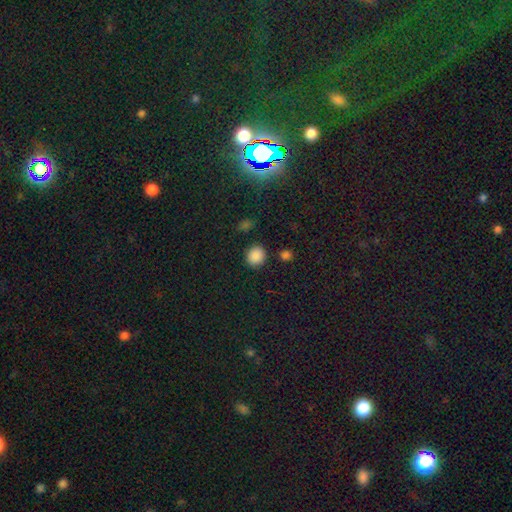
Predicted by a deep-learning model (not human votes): smooth_or_featured: smooth (p=0.86) [alt: star or artifact p=0.11]
how_rounded: round (p=0.79) [alt: in between p=0.20]
merging: none (p=0.84) [alt: minor disturbance p=0.09]